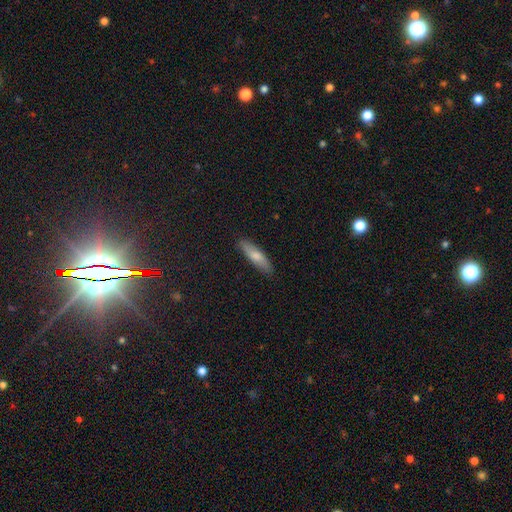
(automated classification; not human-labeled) A smooth galaxy with no disk features (75%) that is cigar-shaped (67%).

Vote fractions:
- Smooth or featured? smooth: 75% / featured or disk: 19% / star or artifact: 6%
- How rounded? cigar-shaped: 67% / in between: 32% / round: 2%
- Merging? none: 87% / minor disturbance: 10% / major disturbance: 2% / merger: 1%